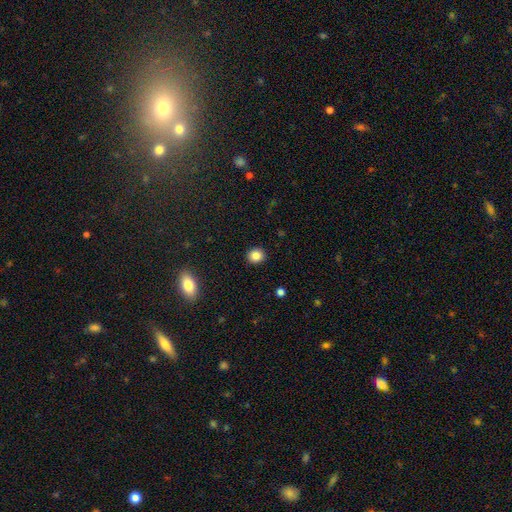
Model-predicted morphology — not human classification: Smooth or featured? smooth (86%)
How rounded? round (78%)
Merging? none (91%)